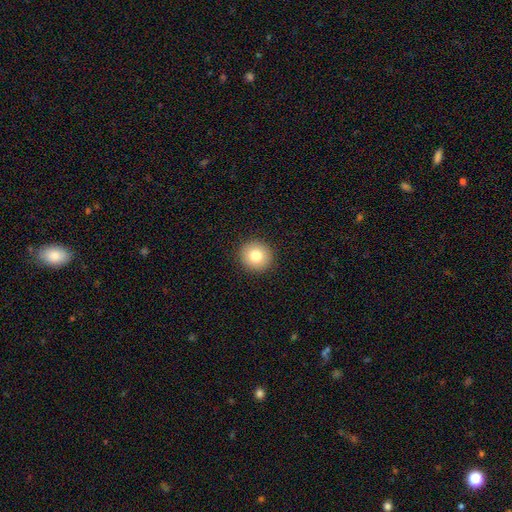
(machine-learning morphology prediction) This is clearly a smooth galaxy (81%). How rounded: clearly round (92%). Merging: clearly none (92%).